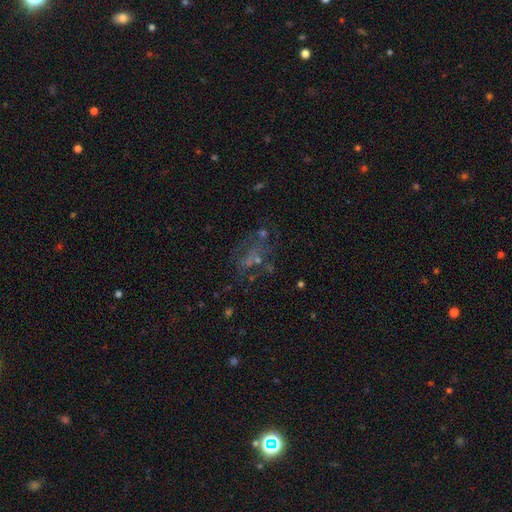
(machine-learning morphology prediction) This is possibly a featured or disk galaxy (46%). Merging: marginally none (42%).